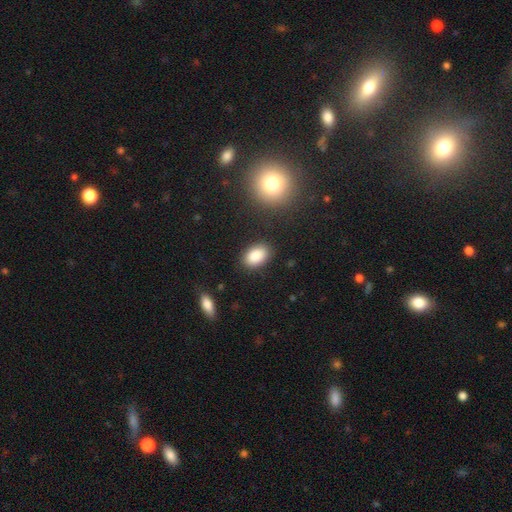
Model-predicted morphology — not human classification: A smooth galaxy with no disk features (87%) that is in between round and cigar-shaped (87%). Merging: none (87%).